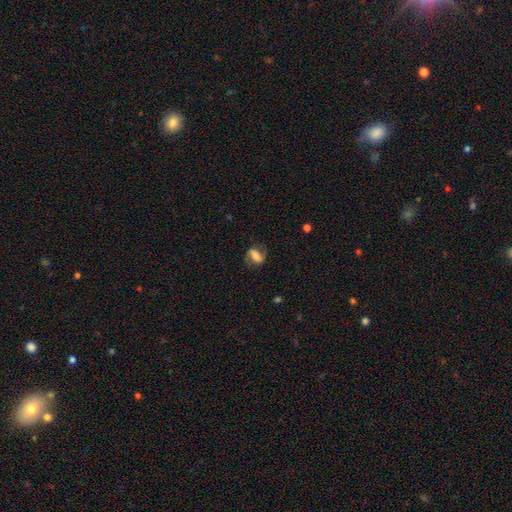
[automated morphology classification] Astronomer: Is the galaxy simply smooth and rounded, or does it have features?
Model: featured or disk — 54% (runner-up: smooth, 37%).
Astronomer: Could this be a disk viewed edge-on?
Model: no — 93%.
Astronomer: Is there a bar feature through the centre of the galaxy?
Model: strong — 47% (runner-up: weak, 33%).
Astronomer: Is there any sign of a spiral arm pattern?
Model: yes — 85%.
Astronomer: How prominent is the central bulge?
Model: moderate — 31% (runner-up: large, 23%).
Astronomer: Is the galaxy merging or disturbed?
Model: none — 72%.